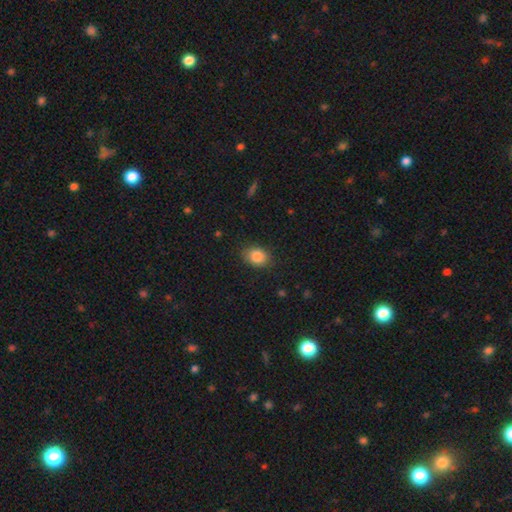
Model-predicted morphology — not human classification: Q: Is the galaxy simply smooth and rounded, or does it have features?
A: smooth — 86%.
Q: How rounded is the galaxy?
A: in between — 67%.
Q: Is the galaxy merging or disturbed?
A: none — 83%.